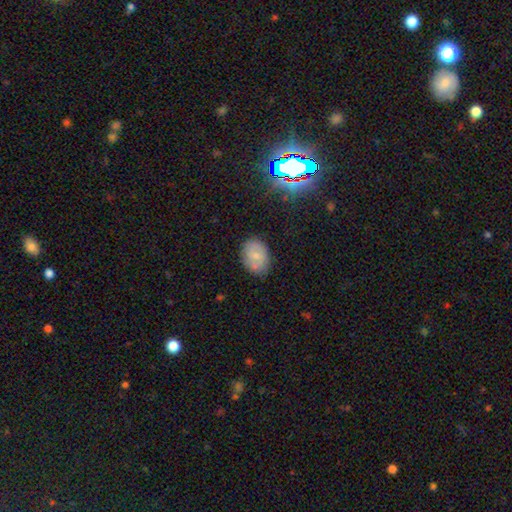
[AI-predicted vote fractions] Morphology: type=smooth (62%); roundness=in between (71%); merging=none (73%).